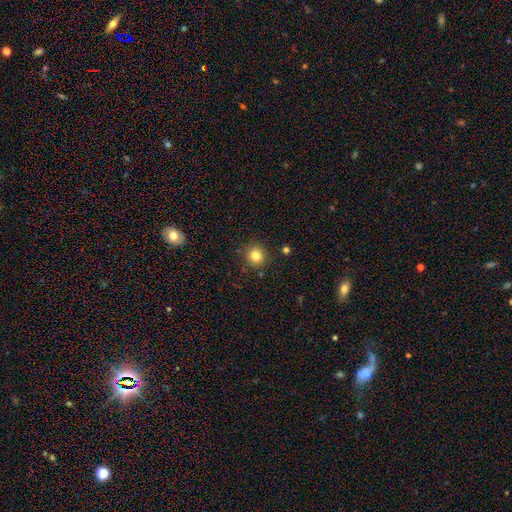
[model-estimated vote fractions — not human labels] smooth 81%, star or artifact 12%, featured or disk 6%. Down the decision tree: how rounded — round (91%); merging — none (89%).